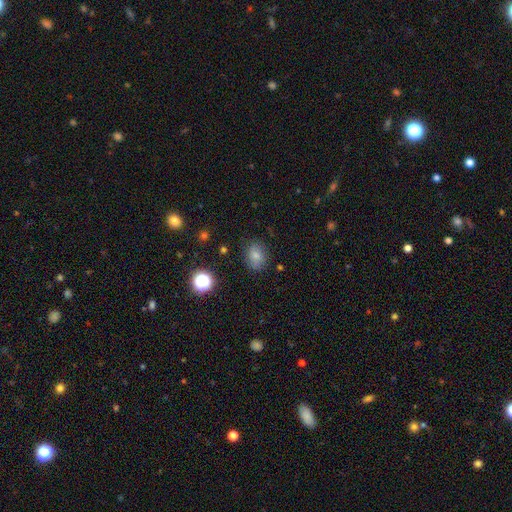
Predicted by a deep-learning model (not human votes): The model was most divided on "how rounded": in between: 54%, round: 44%, cigar-shaped: 1%. More confident: merging — none (80%); smooth or featured — smooth (76%).